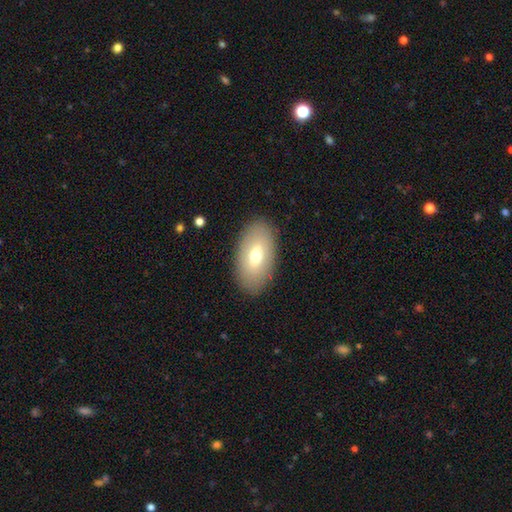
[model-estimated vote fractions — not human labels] Morphology: type=smooth (64%); roundness=in between (93%); merging=none (88%).